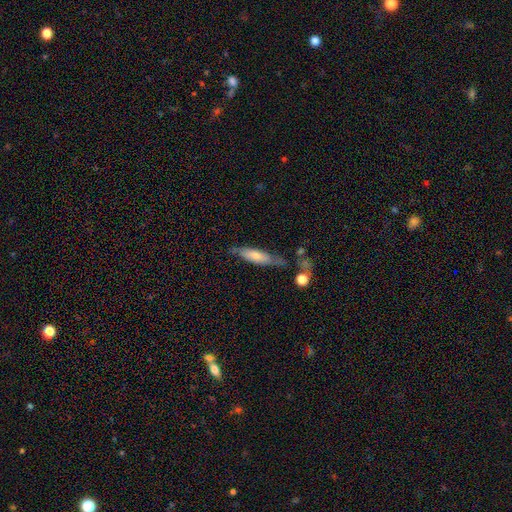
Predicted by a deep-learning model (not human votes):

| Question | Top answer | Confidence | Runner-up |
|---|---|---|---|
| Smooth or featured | smooth | 66% | featured or disk (28%) |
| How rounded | cigar-shaped | 63% | in between (35%) |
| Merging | none | 52% | minor disturbance (26%) |